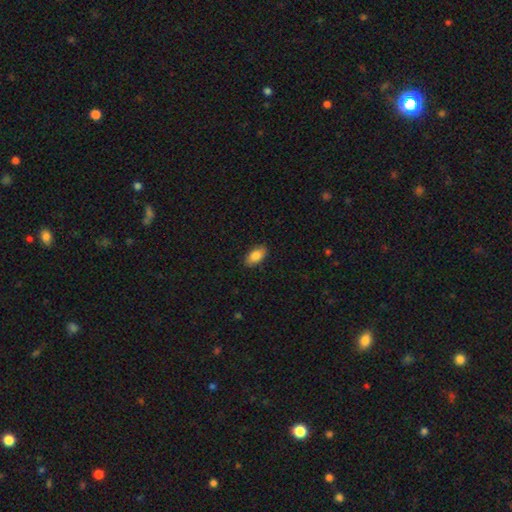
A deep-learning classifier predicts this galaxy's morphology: smooth 85%, featured or disk 8%, star or artifact 7%. Down the decision tree: how rounded — in between (92%); merging — none (88%).